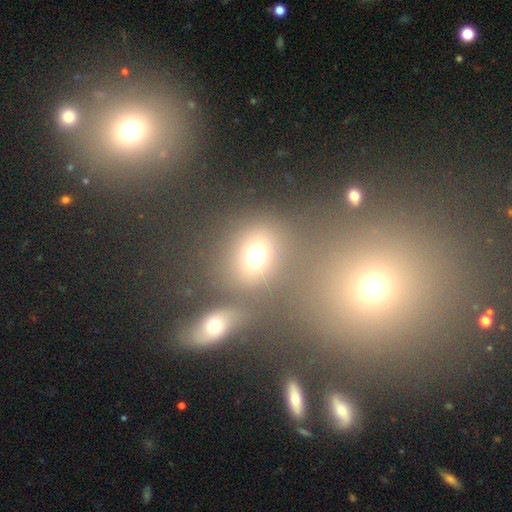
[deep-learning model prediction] Smooth or featured? Predicted: smooth (p=0.71). How rounded? Predicted: round (p=0.58). Merging? Predicted: none (p=0.65).